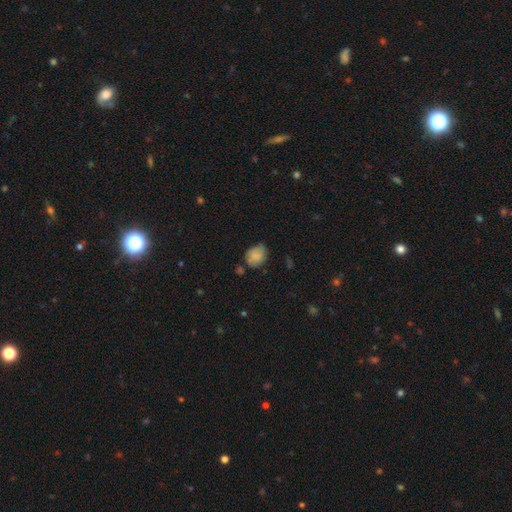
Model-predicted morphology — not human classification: Q: Smooth or featured?
A: smooth (76%); runner-up: featured or disk (16%)
Q: How rounded?
A: in between (51%); runner-up: round (48%)
Q: Merging?
A: none (57%); runner-up: minor disturbance (30%)